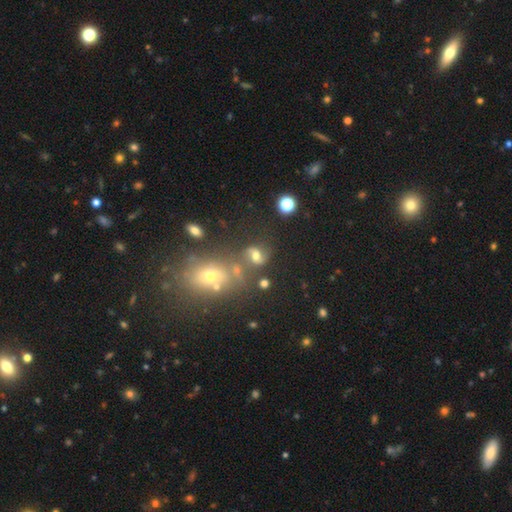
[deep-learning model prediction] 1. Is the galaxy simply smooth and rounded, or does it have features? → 41% featured or disk (tied), 41% smooth (tied), 18% star or artifact.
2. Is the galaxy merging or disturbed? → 54% none, 18% merger, 17% minor disturbance, 10% major disturbance.